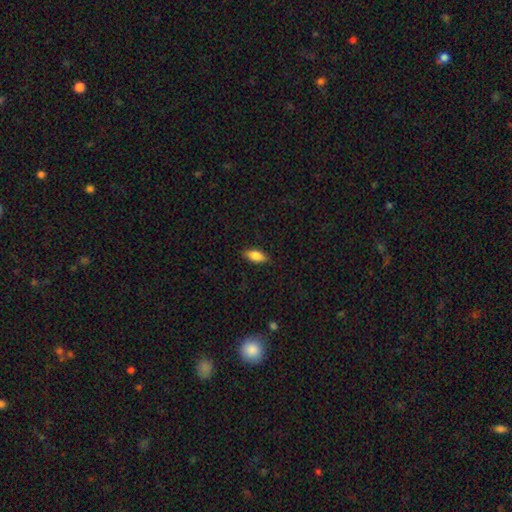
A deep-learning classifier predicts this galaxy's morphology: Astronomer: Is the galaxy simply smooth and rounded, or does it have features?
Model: smooth — 83%.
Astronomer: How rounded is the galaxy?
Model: in between — 85%.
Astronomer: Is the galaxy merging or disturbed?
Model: none — 86%.